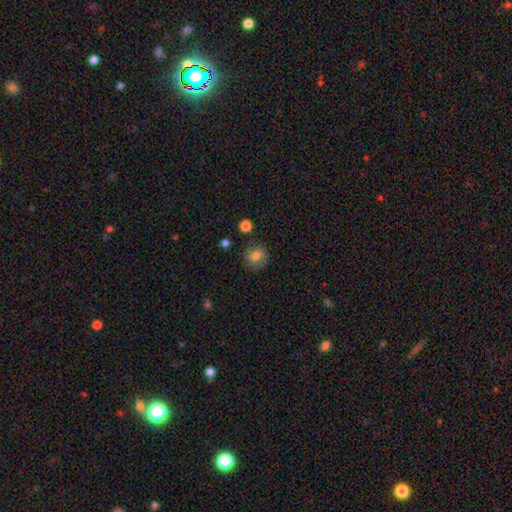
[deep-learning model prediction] smooth-or-featured: smooth: 71% | featured or disk: 19% | star or artifact: 10%
  how-rounded: round: 77% | in between: 22% | cigar-shaped: 1%
  merging: none: 79% | minor disturbance: 14% | major disturbance: 4% | merger: 3%